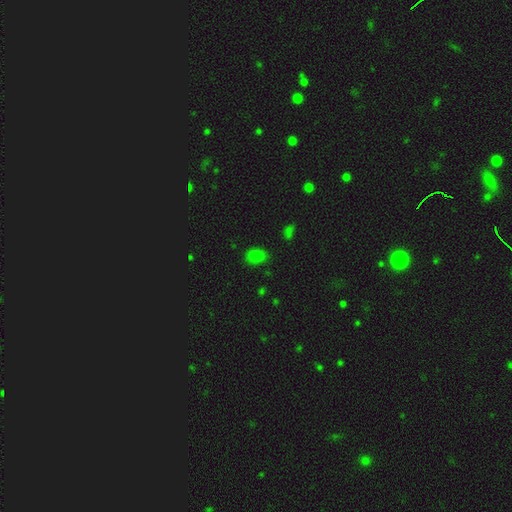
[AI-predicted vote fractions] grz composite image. It shows a smooth galaxy with no disk features (79%) that is in between round and cigar-shaped (80%). Merging: none (78%).